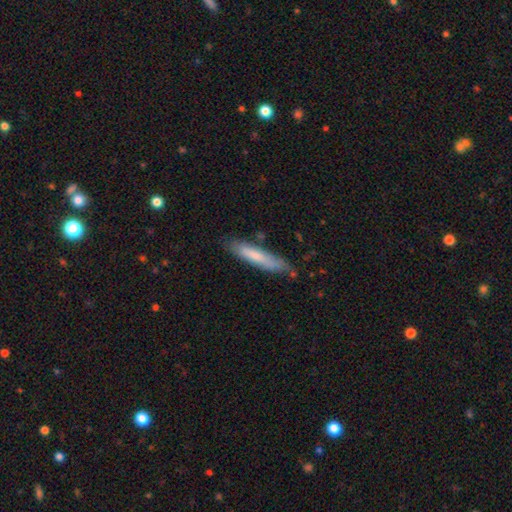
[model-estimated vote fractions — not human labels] Smooth or featured? smooth (71%)
How rounded? cigar-shaped (86%)
Merging? none (75%)